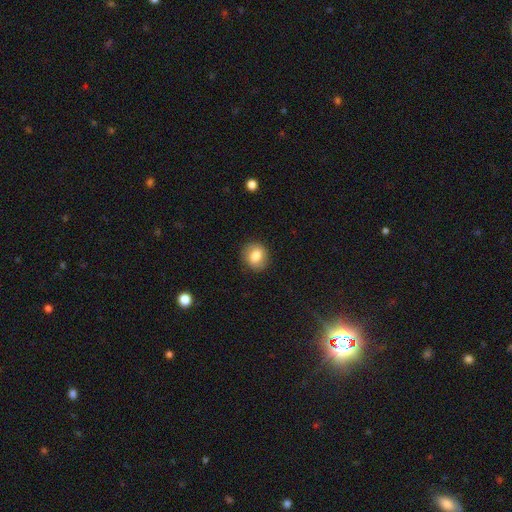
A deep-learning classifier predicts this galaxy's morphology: A smooth galaxy with no disk features (79%) that is round (72%). Merging: none (85%).